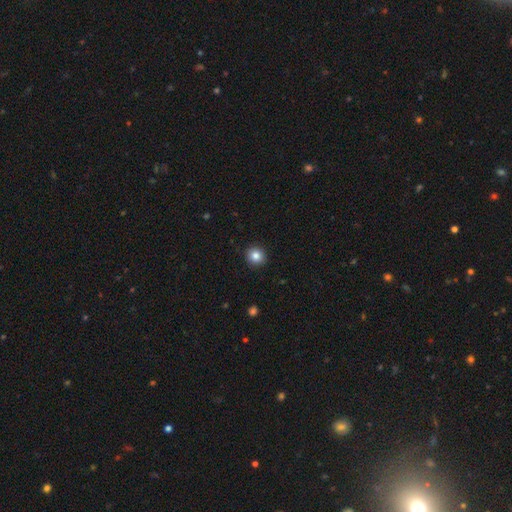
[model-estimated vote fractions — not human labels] The model was most divided on "smooth or featured": smooth: 84%, star or artifact: 10%, featured or disk: 6%. More confident: merging — none (92%); how rounded — round (89%).